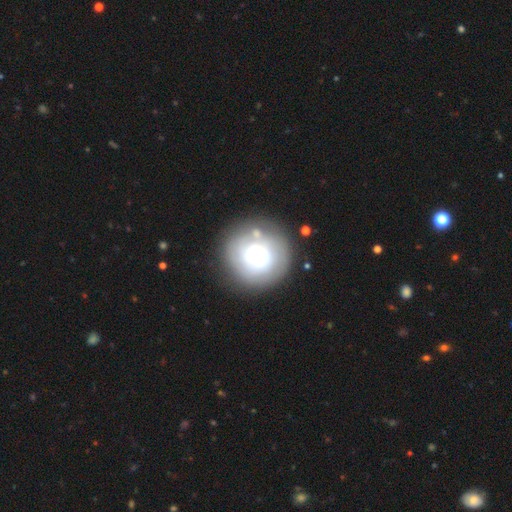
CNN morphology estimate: Smooth or featured?
  - smooth: 50% *
  - featured or disk: 39%
  - star or artifact: 11%
Merging?
  - none: 71% *
  - minor disturbance: 15%
  - major disturbance: 9%
  - merger: 6%